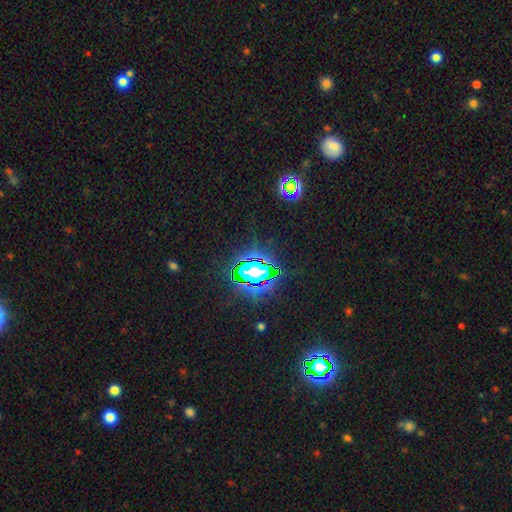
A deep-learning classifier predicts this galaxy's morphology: star or artifact 82%, smooth 11%, featured or disk 7%.